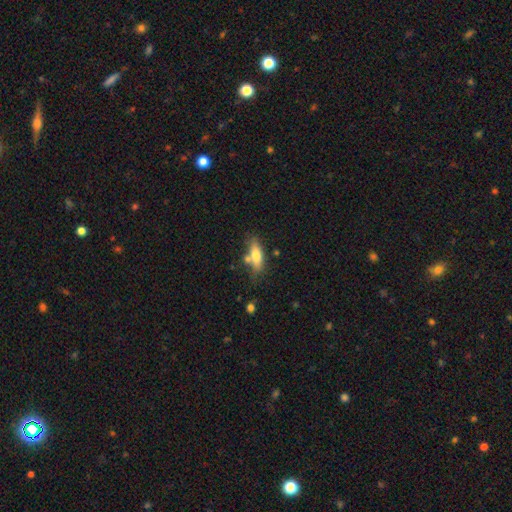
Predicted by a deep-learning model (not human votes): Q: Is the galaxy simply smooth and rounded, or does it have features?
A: smooth — 68%.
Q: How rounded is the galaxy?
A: in between — 56%.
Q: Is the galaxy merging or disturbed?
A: none — 63%.